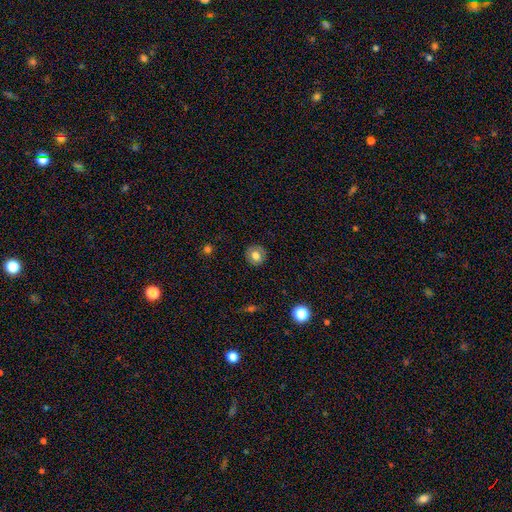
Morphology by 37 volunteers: A smooth galaxy with no disk features (73%) that is round (96%). Merging: none (97%).